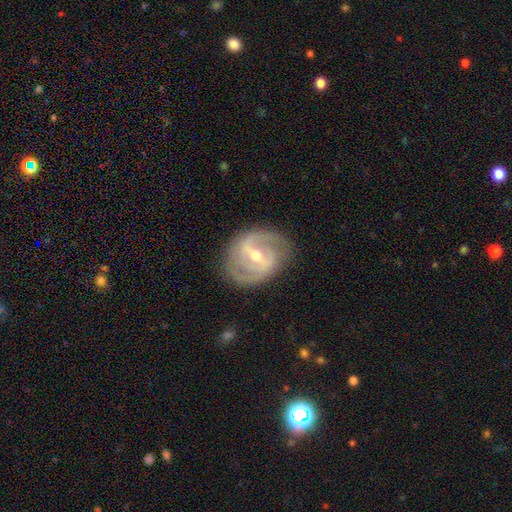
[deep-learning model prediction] A featured or disk galaxy (86%) with a strong bar (45%), 2 (79%) medium (46%) spiral arms (92%) and a moderate central bulge (55%). Merging: none (80%).